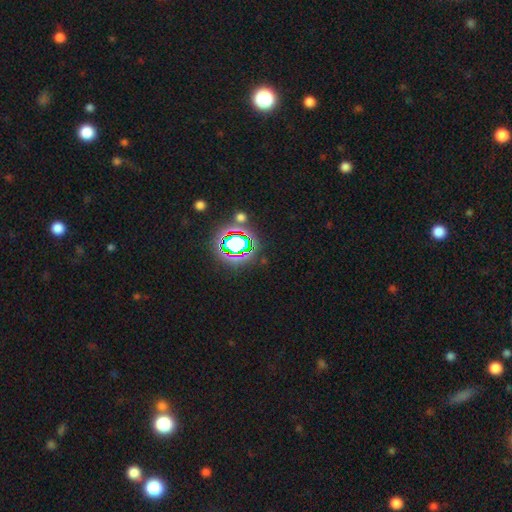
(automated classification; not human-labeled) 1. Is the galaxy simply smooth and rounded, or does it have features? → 77% star or artifact, 14% smooth, 8% featured or disk.